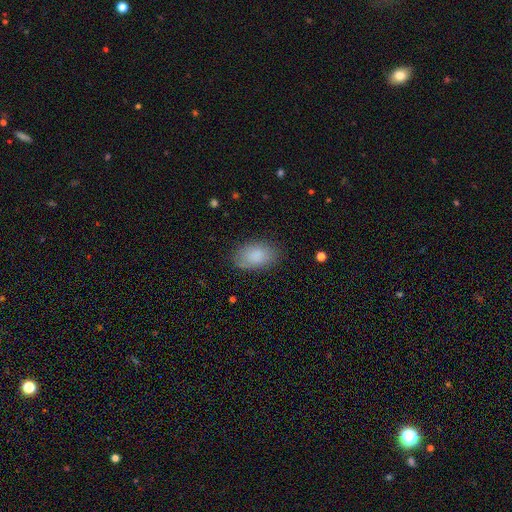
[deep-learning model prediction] smooth-or-featured: smooth: 86% | featured or disk: 7% | star or artifact: 7%
  how-rounded: in between: 91% | round: 7% | cigar-shaped: 1%
  merging: none: 81% | minor disturbance: 15% | major disturbance: 4% | merger: 1%